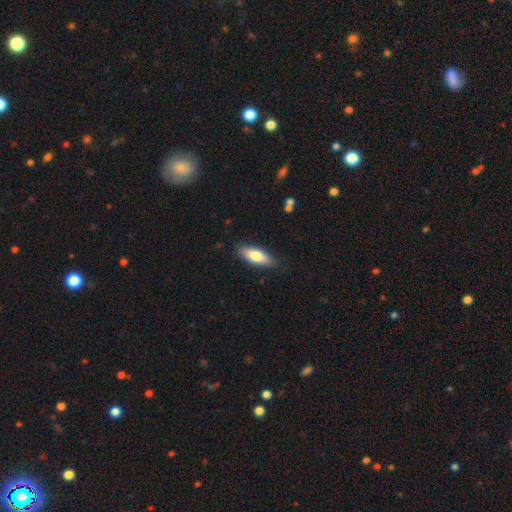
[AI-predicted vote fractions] Smooth or featured? Predicted: smooth (p=0.77). How rounded? Predicted: in between (p=0.67). Merging? Predicted: none (p=0.85).